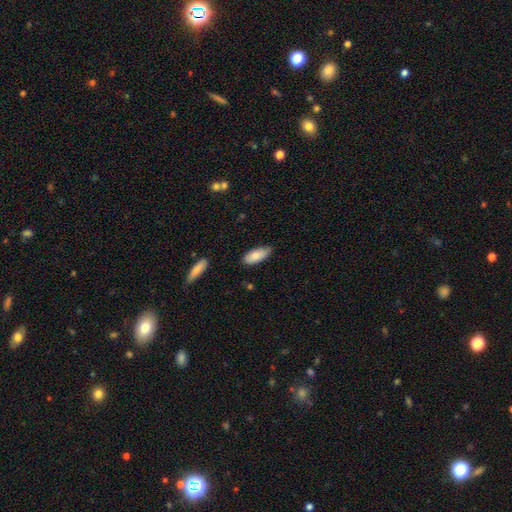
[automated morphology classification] This appears to be a smooth galaxy with no disk features (83%) that is in between round and cigar-shaped (85%). Merging: none (76%).